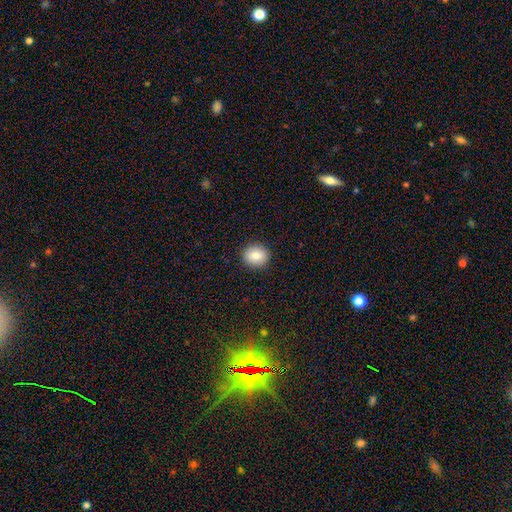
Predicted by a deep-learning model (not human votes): The model was most divided on "how rounded": round: 73%, in between: 26%, cigar-shaped: 1%. More confident: merging — none (91%); smooth or featured — smooth (84%).